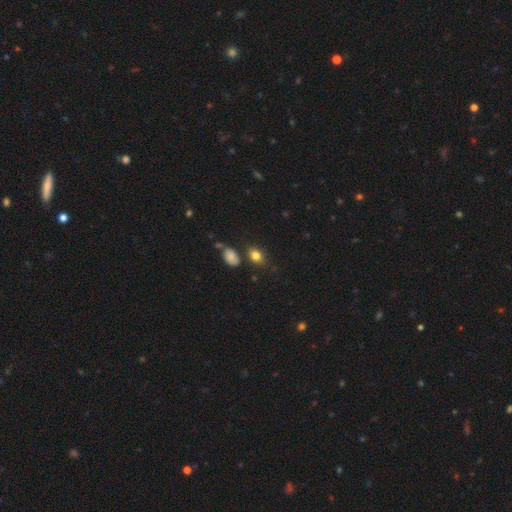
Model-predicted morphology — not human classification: Smooth or featured: smooth — 81% (star or artifact — 11%)
How rounded: in between — 69% (round — 29%)
Merging: none — 73% (minor disturbance — 15%)